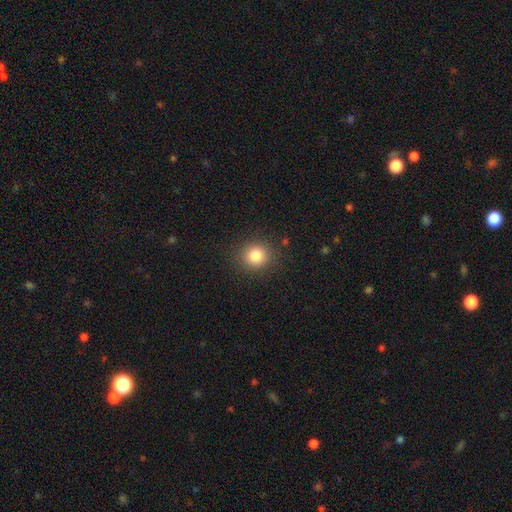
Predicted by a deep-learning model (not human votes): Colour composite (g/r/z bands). It shows a smooth galaxy with no disk features (83%) that is round (84%). Merging: none (88%).